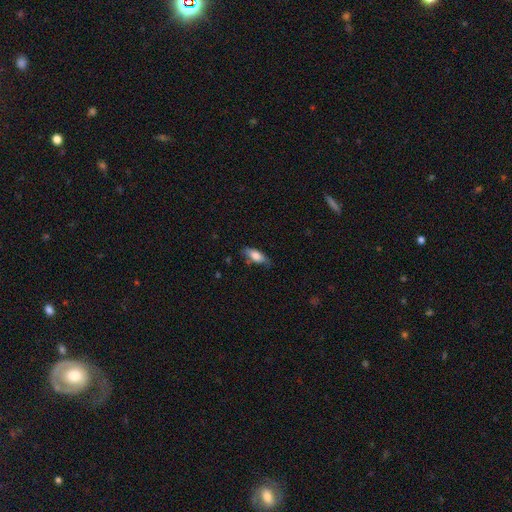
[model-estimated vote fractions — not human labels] Smooth or featured: smooth — 74% (featured or disk — 19%)
How rounded: in between — 74% (cigar-shaped — 24%)
Merging: none — 68% (minor disturbance — 25%)